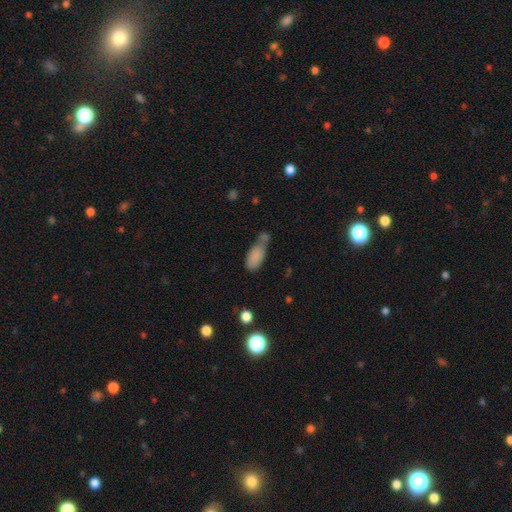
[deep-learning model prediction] A smooth galaxy with no disk features (82%) that is in between round and cigar-shaped (87%). Merging: none (34%, tied with merger).